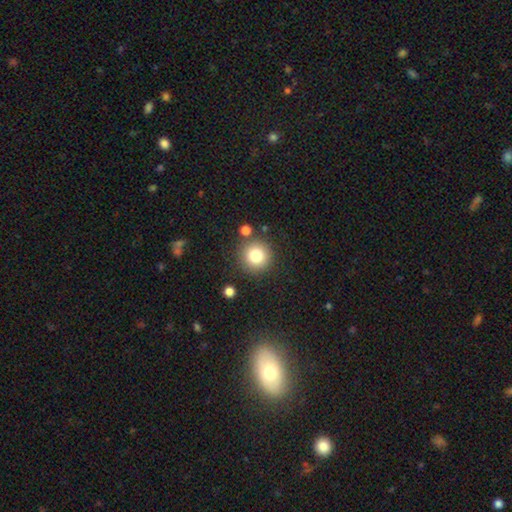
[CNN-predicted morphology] Overall: smooth (81%). How rounded: round (94%). Merging: none (84%).